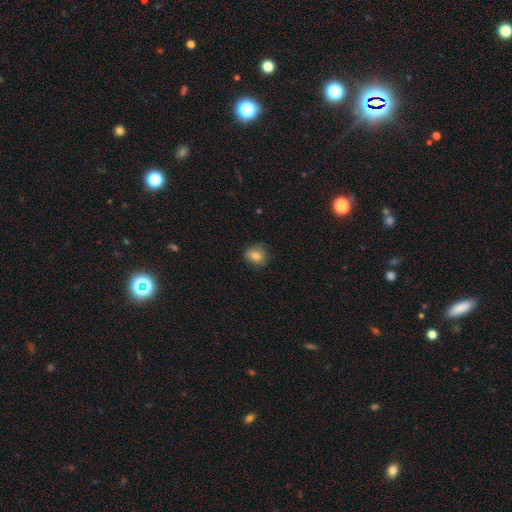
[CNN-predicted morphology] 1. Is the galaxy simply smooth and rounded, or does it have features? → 82% smooth, 10% star or artifact, 8% featured or disk.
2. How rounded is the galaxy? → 55% round, 43% in between, 1% cigar-shaped.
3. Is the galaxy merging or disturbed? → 73% none, 20% minor disturbance, 5% major disturbance, 1% merger.